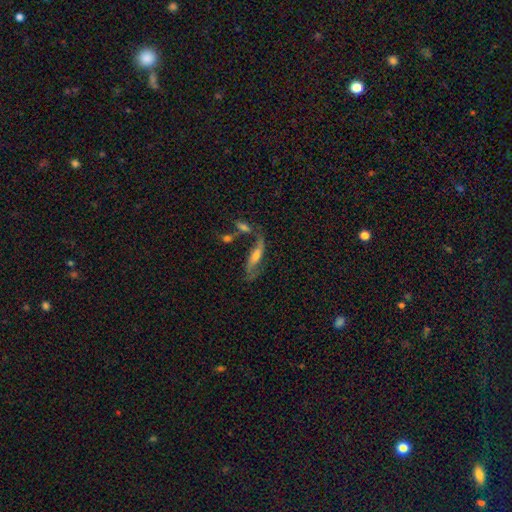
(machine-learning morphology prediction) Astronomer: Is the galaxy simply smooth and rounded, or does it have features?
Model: featured or disk — 57% (runner-up: smooth, 34%).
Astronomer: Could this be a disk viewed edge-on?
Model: no — 62% (runner-up: yes, 38%).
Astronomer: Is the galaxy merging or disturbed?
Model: none — 46% (runner-up: merger, 21%).